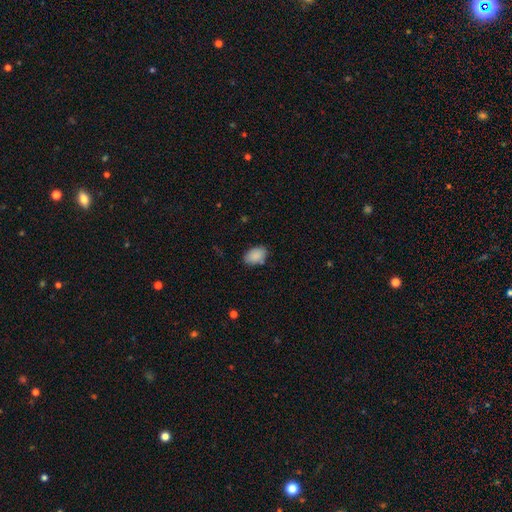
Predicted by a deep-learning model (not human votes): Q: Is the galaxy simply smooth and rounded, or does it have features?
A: smooth — 89%.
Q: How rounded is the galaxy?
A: in between — 87%.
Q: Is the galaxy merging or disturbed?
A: none — 80%.